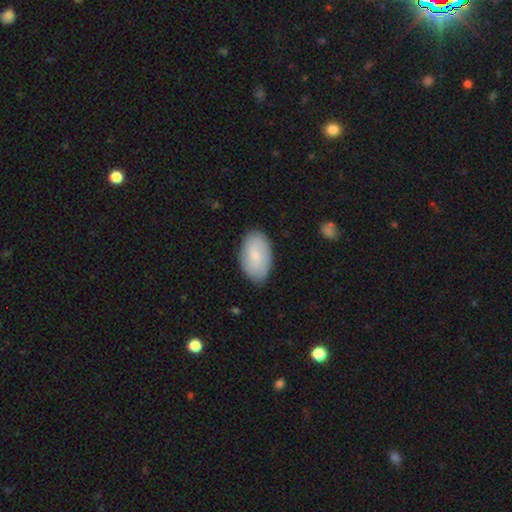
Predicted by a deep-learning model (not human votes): Morphology: type=smooth (69%); roundness=in between (94%); merging=none (83%).